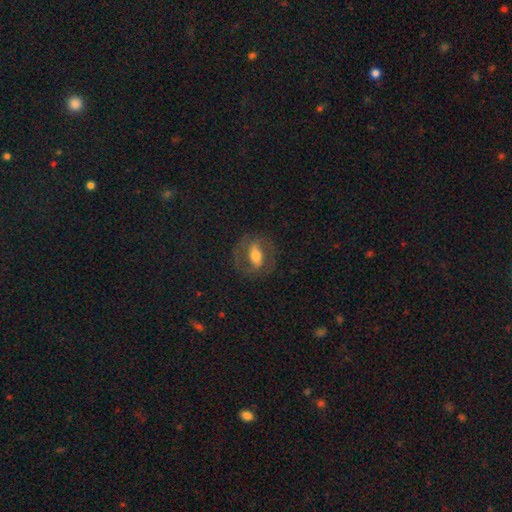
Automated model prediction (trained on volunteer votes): A featured or disk galaxy (56%). Merging: none (76%).